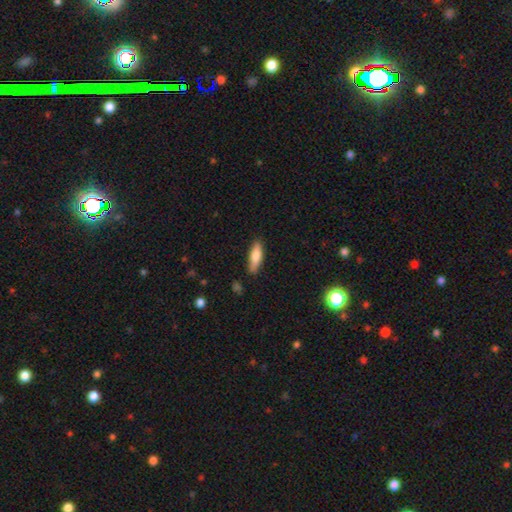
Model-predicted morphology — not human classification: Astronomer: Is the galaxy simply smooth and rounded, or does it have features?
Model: smooth — 79%.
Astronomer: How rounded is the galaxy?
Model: cigar-shaped — 55% (runner-up: in between, 44%).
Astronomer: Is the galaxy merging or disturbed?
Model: none — 78%.